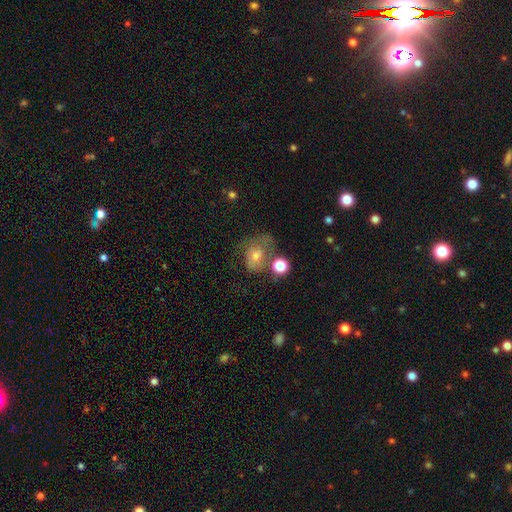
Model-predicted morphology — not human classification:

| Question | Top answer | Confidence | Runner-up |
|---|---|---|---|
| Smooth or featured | smooth | 52% | featured or disk (33%) |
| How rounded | in between | 51% | round (48%) |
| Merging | none | 37% | major disturbance (26%) |